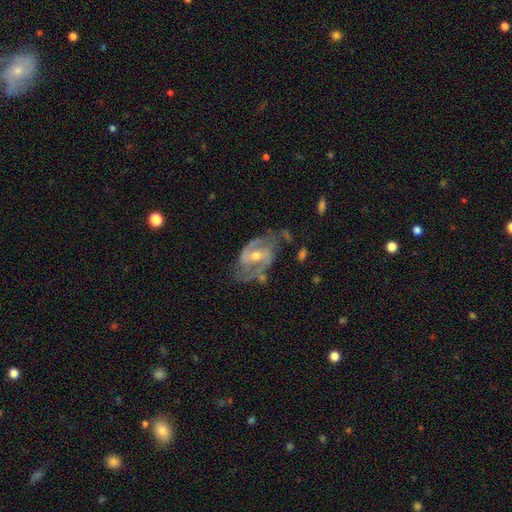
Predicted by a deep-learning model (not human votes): The model was most divided on "bar": weak: 44%, no: 30%, strong: 25%. More confident: edge-on disk — no (96%); spiral arms — yes (93%); smooth or featured — featured or disk (86%); spiral arm count — 2 (84%); bulge size — moderate (61%); merging — none (61%); spiral winding — medium (52%).